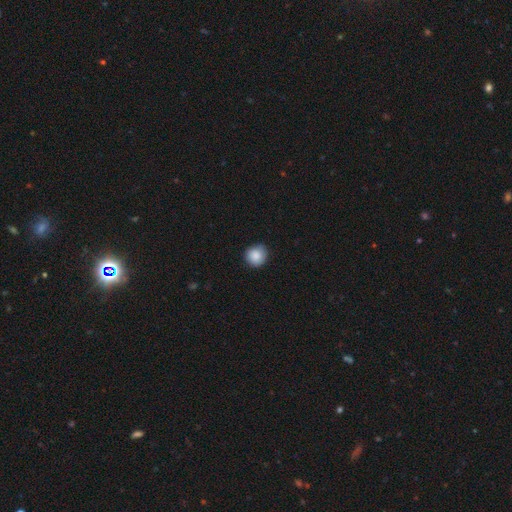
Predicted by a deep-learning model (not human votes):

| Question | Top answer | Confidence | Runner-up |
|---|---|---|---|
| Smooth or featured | smooth | 87% | star or artifact (8%) |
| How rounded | round | 90% | in between (9%) |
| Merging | none | 82% | minor disturbance (14%) |